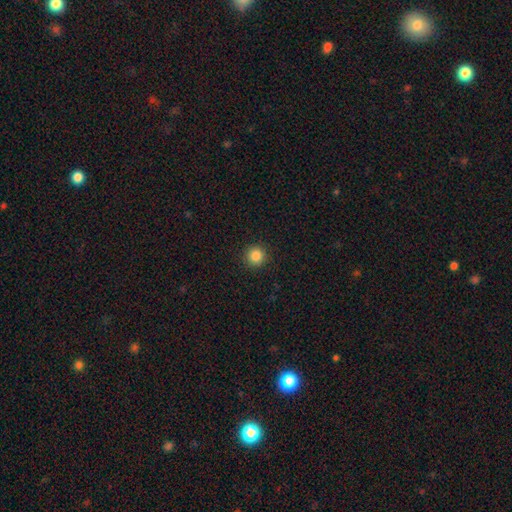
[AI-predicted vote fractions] This appears to be a smooth galaxy with no disk features (86%) that is round (95%). Merging: none (92%).